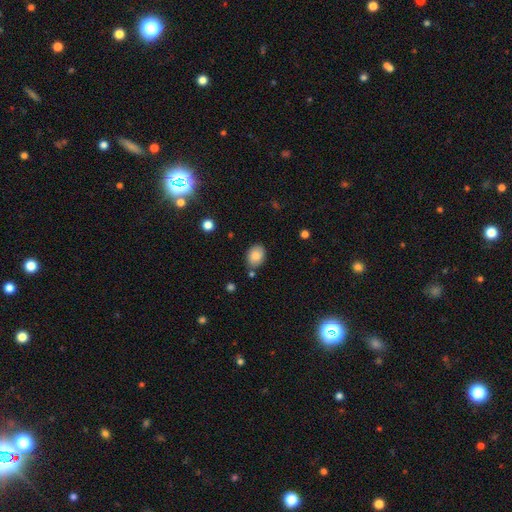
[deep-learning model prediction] smooth-or-featured: smooth: 84% | featured or disk: 8% | star or artifact: 8%
  how-rounded: in between: 73% | round: 26% | cigar-shaped: 1%
  merging: none: 79% | minor disturbance: 14% | merger: 4% | major disturbance: 3%